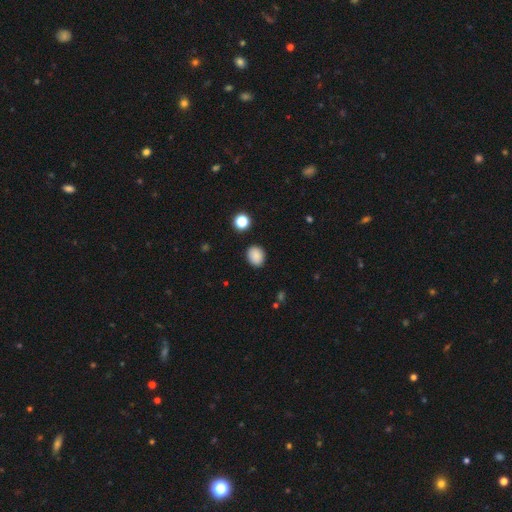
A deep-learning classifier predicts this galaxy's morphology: type=smooth (87%); roundness=round (53%); merging=none (88%).